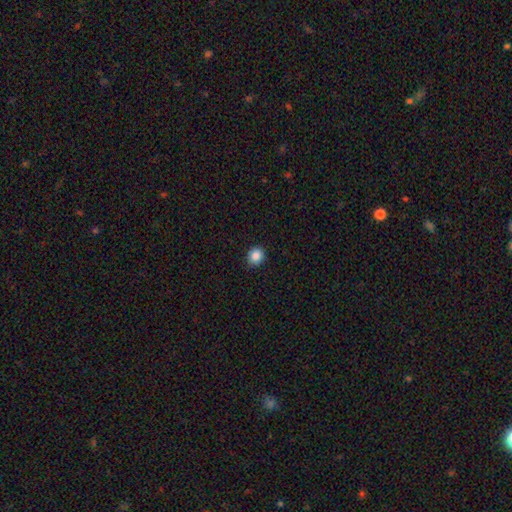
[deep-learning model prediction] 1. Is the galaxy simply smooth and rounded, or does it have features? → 87% smooth, 10% star or artifact, 4% featured or disk.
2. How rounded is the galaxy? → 81% round, 18% in between, 1% cigar-shaped.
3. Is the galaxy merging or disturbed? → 91% none, 6% minor disturbance, 2% major disturbance, 1% merger.